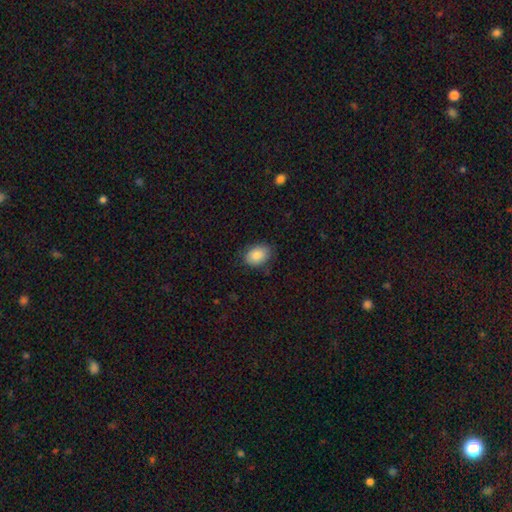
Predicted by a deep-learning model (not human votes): Morphology: type=smooth (86%); roundness=in between (78%); merging=none (81%).